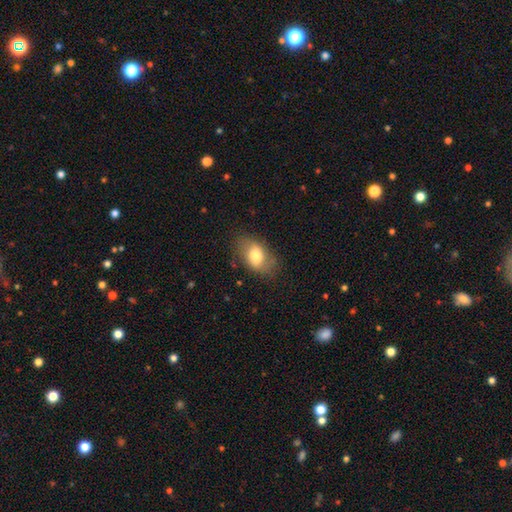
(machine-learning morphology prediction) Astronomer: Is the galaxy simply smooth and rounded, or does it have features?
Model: smooth — 74%.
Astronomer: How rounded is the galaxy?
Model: in between — 88%.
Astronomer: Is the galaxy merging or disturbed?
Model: none — 71%.